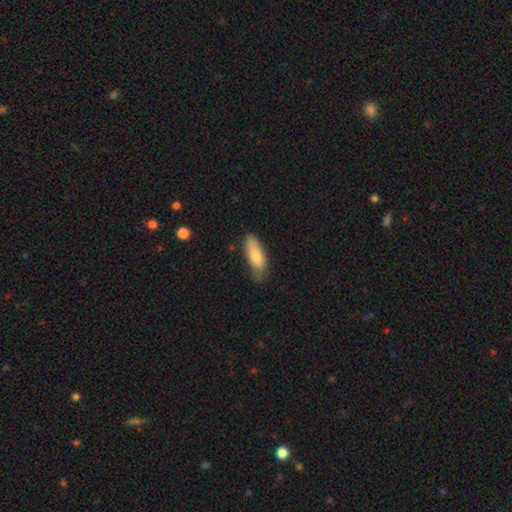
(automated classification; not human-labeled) smooth-or-featured: smooth: 81% | featured or disk: 13% | star or artifact: 6%
  how-rounded: in between: 67% | cigar-shaped: 31% | round: 2%
  merging: none: 68% | minor disturbance: 26% | major disturbance: 5% | merger: 2%